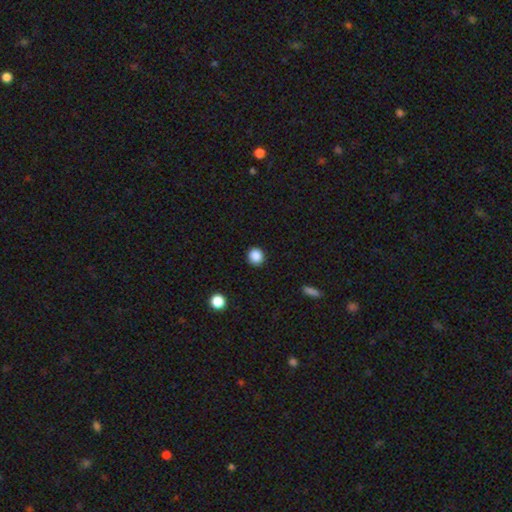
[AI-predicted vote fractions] A smooth galaxy with no disk features (87%) that is round (91%).

Vote fractions:
- Smooth or featured? smooth: 87% / star or artifact: 10% / featured or disk: 3%
- How rounded? round: 91% / in between: 8% / cigar-shaped: 1%
- Merging? none: 91% / minor disturbance: 6% / major disturbance: 2% / merger: 1%